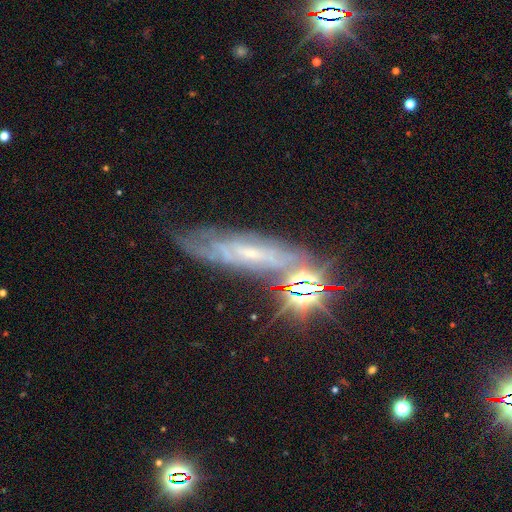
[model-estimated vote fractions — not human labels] Smooth or featured? featured or disk (67%)
Edge-on disk? no (67%)
Merging? none (66%)